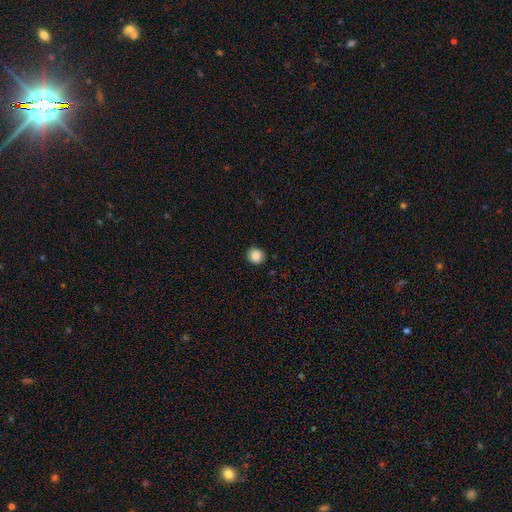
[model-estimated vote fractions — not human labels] Smooth or featured: smooth — 87% (star or artifact — 9%)
How rounded: round — 89% (in between — 10%)
Merging: none — 90% (minor disturbance — 7%)